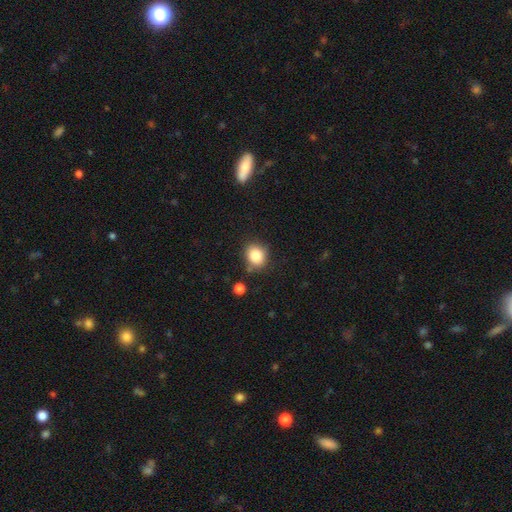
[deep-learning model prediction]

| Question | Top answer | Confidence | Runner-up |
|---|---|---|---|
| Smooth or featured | smooth | 85% | star or artifact (10%) |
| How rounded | round | 68% | in between (31%) |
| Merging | none | 77% | minor disturbance (14%) |